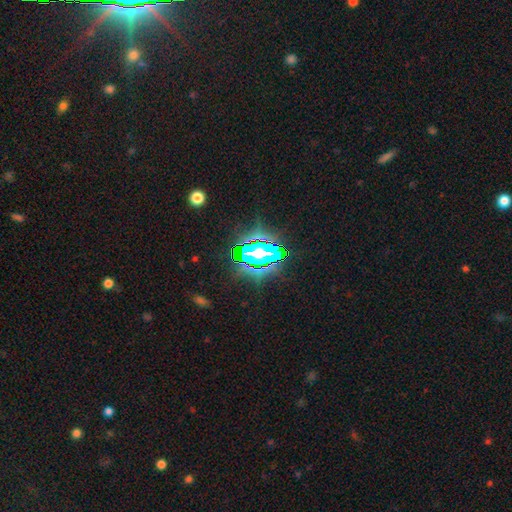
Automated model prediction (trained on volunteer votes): smooth_or_featured: star or artifact (p=0.81) [alt: smooth p=0.10]